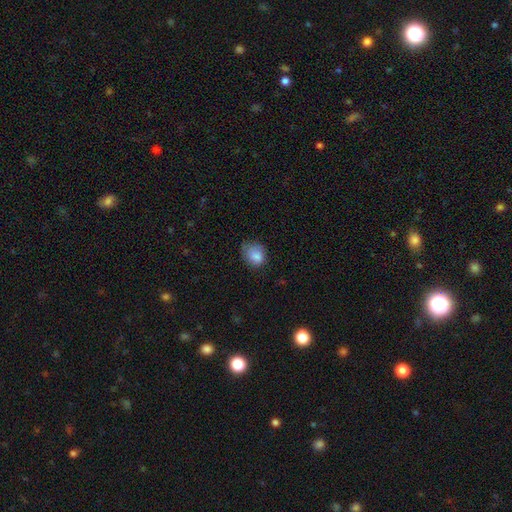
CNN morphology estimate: This appears to be a smooth galaxy with no disk features (84%) that is round (54%). Merging: none (56%).